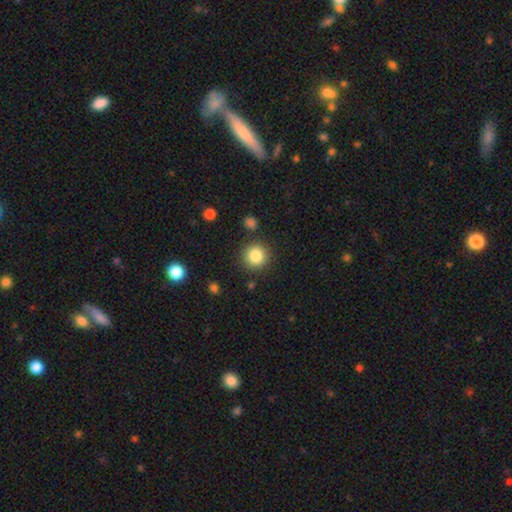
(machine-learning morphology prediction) Smooth or featured: smooth — 85% (star or artifact — 10%)
How rounded: round — 93% (in between — 6%)
Merging: none — 87% (minor disturbance — 7%)